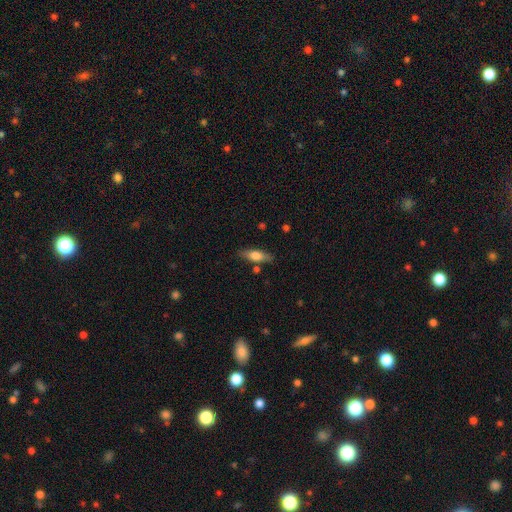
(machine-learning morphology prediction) smooth-or-featured: smooth: 64% | featured or disk: 29% | star or artifact: 7%
  how-rounded: in between: 50% | cigar-shaped: 47% | round: 3%
  merging: none: 79% | minor disturbance: 13% | merger: 4% | major disturbance: 3%